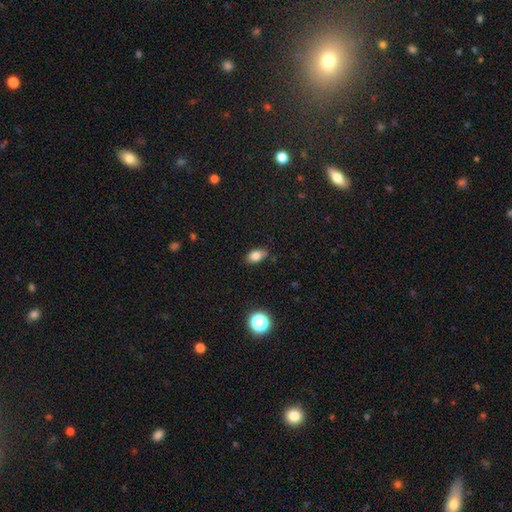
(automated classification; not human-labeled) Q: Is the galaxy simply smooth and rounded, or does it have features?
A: smooth — 82%.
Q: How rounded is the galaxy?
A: in between — 88%.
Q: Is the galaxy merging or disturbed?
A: none — 76%.